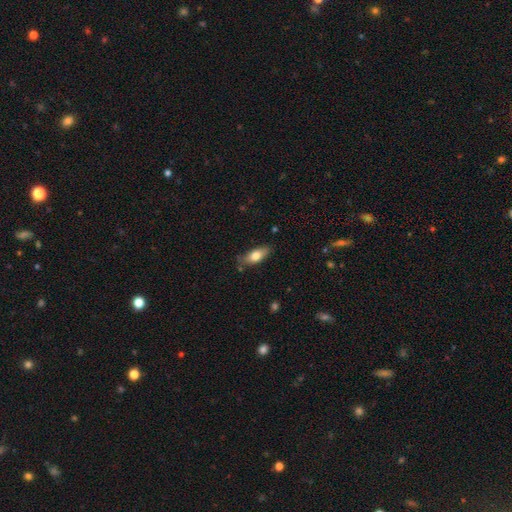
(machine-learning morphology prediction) Smooth or featured: smooth — 74% (featured or disk — 19%)
How rounded: in between — 77% (cigar-shaped — 20%)
Merging: none — 76% (minor disturbance — 18%)